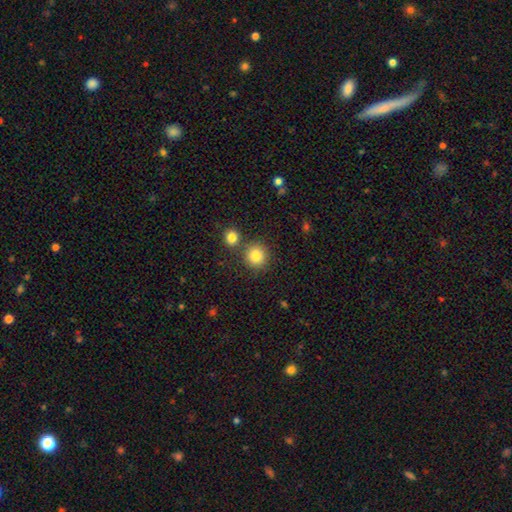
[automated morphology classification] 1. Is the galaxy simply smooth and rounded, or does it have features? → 83% smooth, 11% star or artifact, 6% featured or disk.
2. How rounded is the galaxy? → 91% round, 8% in between, 1% cigar-shaped.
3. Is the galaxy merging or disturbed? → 76% none, 13% merger, 8% minor disturbance, 3% major disturbance.